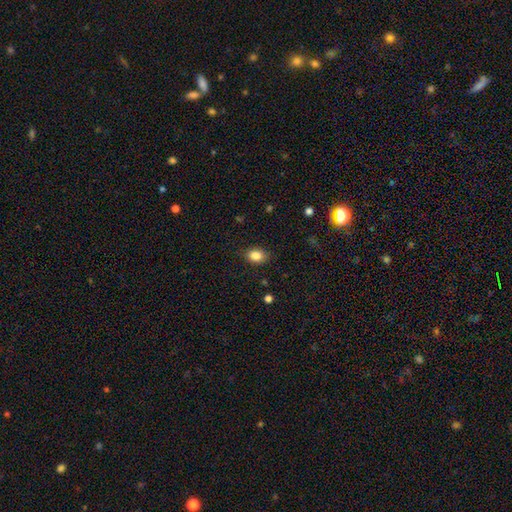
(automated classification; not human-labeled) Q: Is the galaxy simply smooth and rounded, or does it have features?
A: smooth — 85%.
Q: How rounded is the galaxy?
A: in between — 73%.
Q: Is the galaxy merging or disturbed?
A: none — 85%.